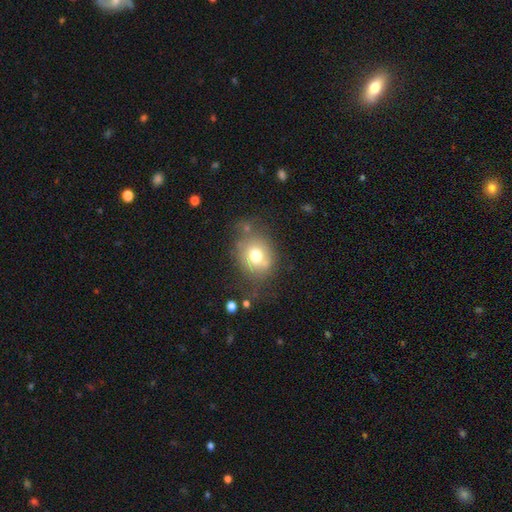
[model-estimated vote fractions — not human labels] A smooth galaxy with no disk features (70%) that is round (65%). Merging: none (61%).